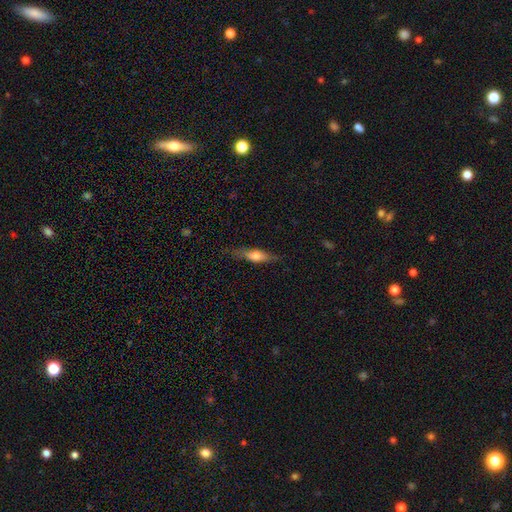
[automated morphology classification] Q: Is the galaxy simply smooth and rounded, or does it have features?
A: smooth — 56%.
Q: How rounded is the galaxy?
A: cigar-shaped — 61%.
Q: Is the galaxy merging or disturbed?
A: none — 75%.